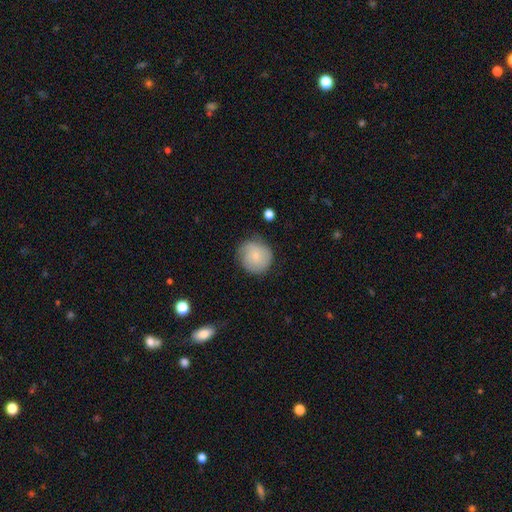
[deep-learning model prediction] Q: Smooth or featured?
A: smooth (65%); runner-up: featured or disk (27%)
Q: How rounded?
A: round (89%); runner-up: in between (10%)
Q: Merging?
A: none (72%); runner-up: minor disturbance (21%)